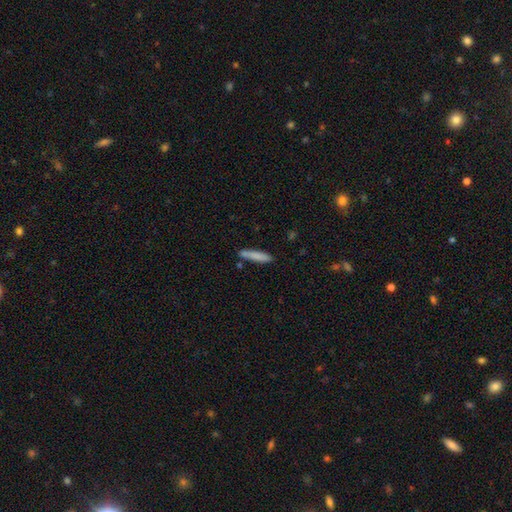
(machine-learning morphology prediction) Smooth or featured?
  - smooth: 82% *
  - featured or disk: 12%
  - star or artifact: 6%
How rounded?
  - cigar-shaped: 86% *
  - in between: 13%
  - round: 1%
Merging?
  - none: 77% *
  - minor disturbance: 13%
  - merger: 7%
  - major disturbance: 3%